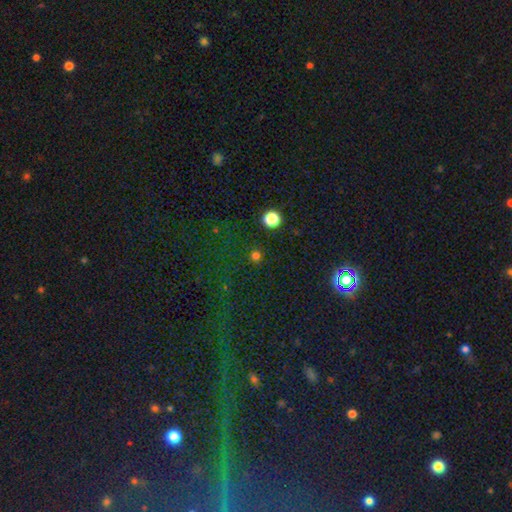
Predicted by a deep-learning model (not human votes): Smooth or featured? Predicted: smooth (p=0.72). How rounded? Predicted: round (p=0.92). Merging? Predicted: none (p=0.88).